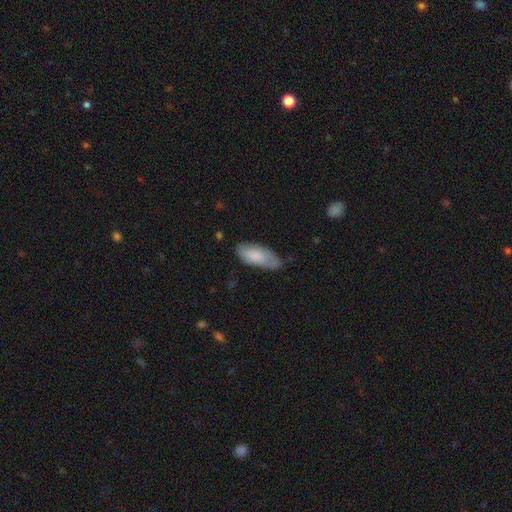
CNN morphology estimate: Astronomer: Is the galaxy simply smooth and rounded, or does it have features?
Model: smooth — 81%.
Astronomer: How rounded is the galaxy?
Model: in between — 83%.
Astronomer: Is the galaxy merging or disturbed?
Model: none — 62%.